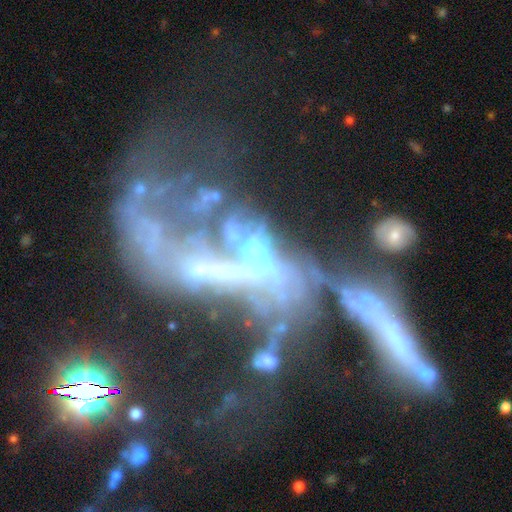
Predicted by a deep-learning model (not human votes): Q: Smooth or featured?
A: featured or disk (54%); runner-up: star or artifact (29%)
Q: Edge-on disk?
A: no (92%); runner-up: yes (8%)
Q: Merging?
A: merger (56%); runner-up: major disturbance (25%)